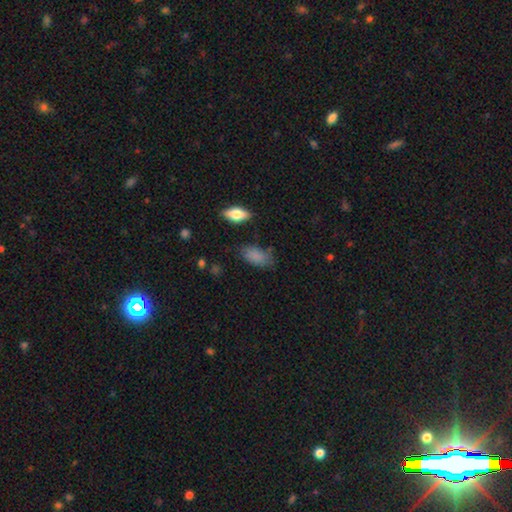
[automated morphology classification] Smooth or featured: smooth — 84% (star or artifact — 9%)
How rounded: in between — 90% (cigar-shaped — 5%)
Merging: none — 68% (minor disturbance — 23%)